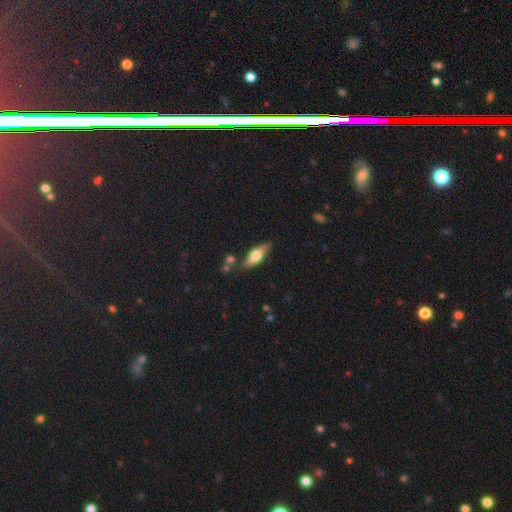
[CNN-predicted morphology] type=smooth (58%); roundness=in between (57%); merging=none (78%).